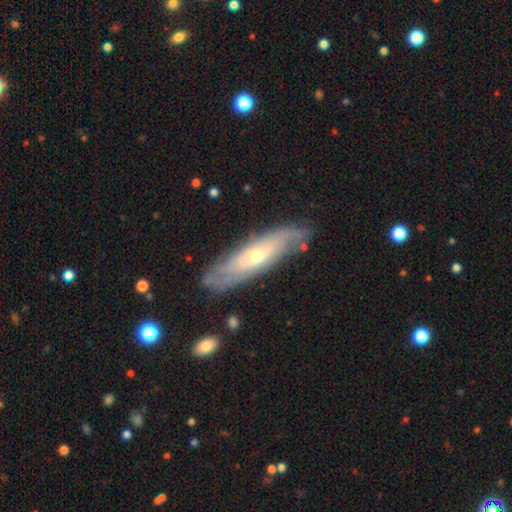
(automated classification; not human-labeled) This is likely a featured or disk galaxy (70%). It is likely not viewed edge-on (67%). Merging: likely none (77%).